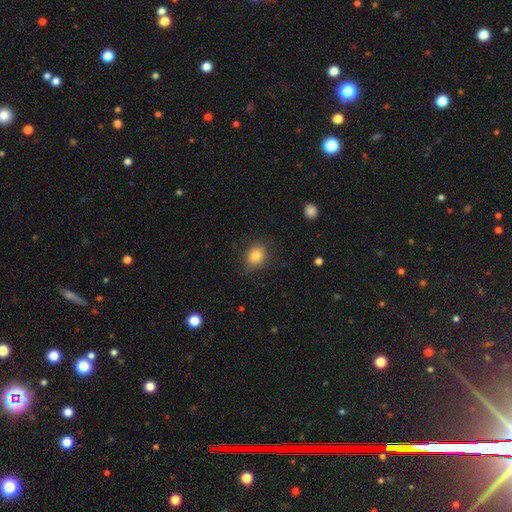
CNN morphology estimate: This appears to be a smooth galaxy with no disk features (83%) that is round (63%). Merging: none (83%).